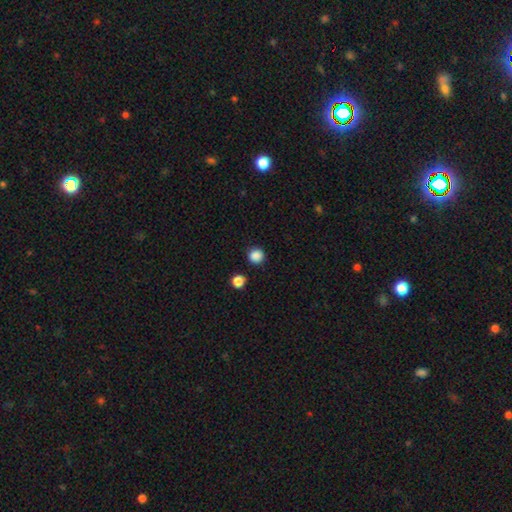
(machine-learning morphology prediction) smooth-or-featured: smooth: 86% | star or artifact: 11% | featured or disk: 3%
  how-rounded: round: 93% | in between: 6% | cigar-shaped: 1%
  merging: none: 90% | minor disturbance: 6% | merger: 2% | major disturbance: 2%